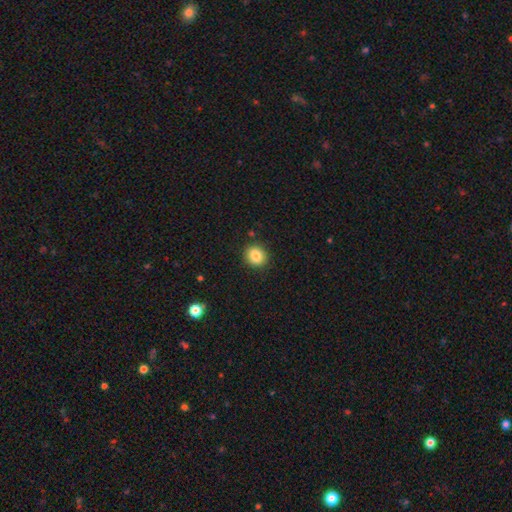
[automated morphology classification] This appears to be a smooth galaxy with no disk features (85%) that is round (80%). Merging: none (90%).